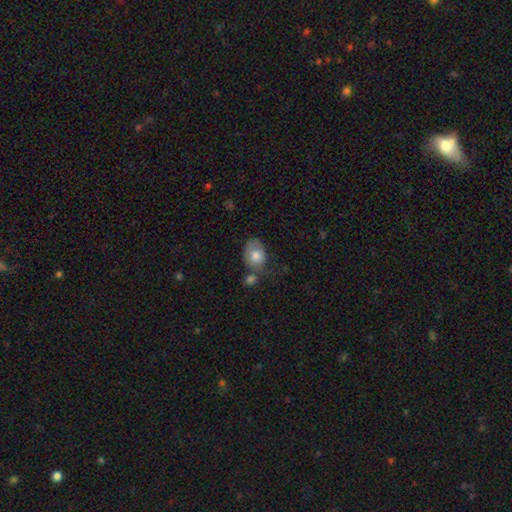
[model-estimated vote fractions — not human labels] Q: Smooth or featured?
A: smooth (77%); runner-up: featured or disk (16%)
Q: How rounded?
A: in between (66%); runner-up: round (33%)
Q: Merging?
A: none (42%); runner-up: minor disturbance (26%)